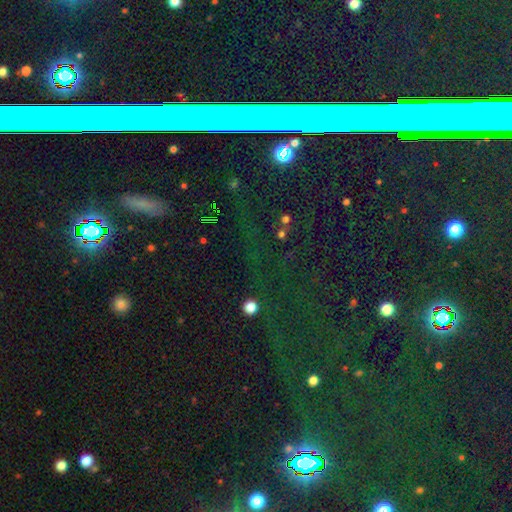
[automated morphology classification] type=star or artifact (76%).